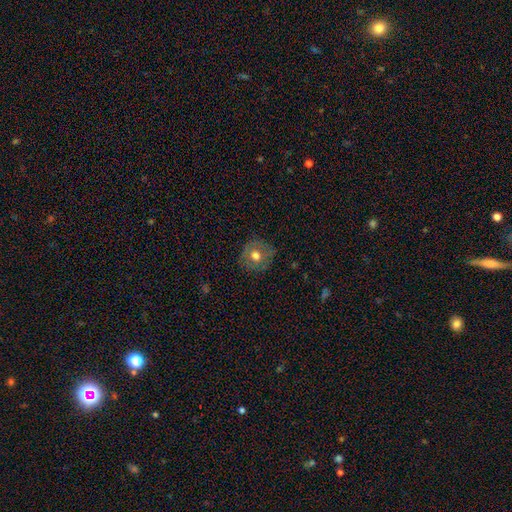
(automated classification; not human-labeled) Smooth or featured? Predicted: smooth (p=0.63). How rounded? Predicted: round (p=0.88). Merging? Predicted: none (p=0.83).